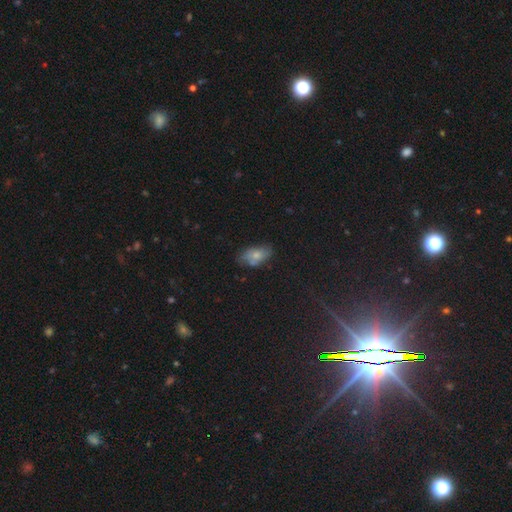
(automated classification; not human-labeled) Smooth or featured? Predicted: smooth (p=0.67). How rounded? Predicted: in between (p=0.90). Merging? Predicted: none (p=0.59).